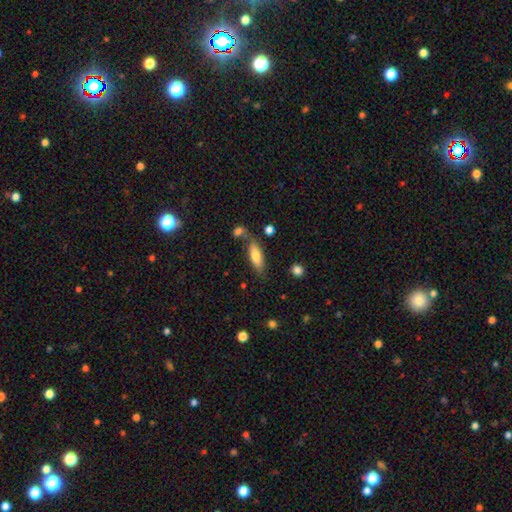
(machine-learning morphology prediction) smooth 70%, featured or disk 23%, star or artifact 7%. Down the decision tree: how rounded — in between (56%); merging — none (62%).